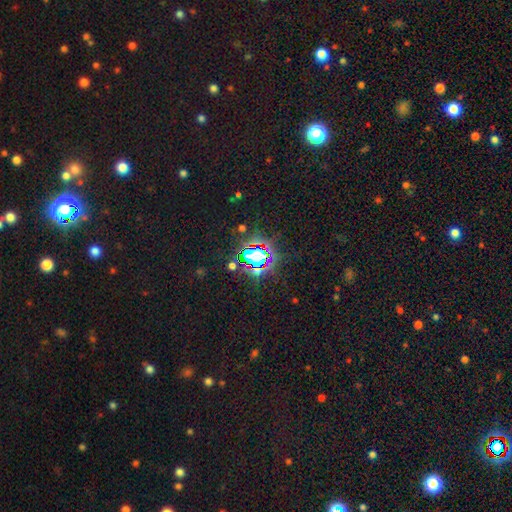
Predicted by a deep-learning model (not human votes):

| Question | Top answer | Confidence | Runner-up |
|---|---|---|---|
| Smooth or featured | star or artifact | 74% | smooth (15%) |